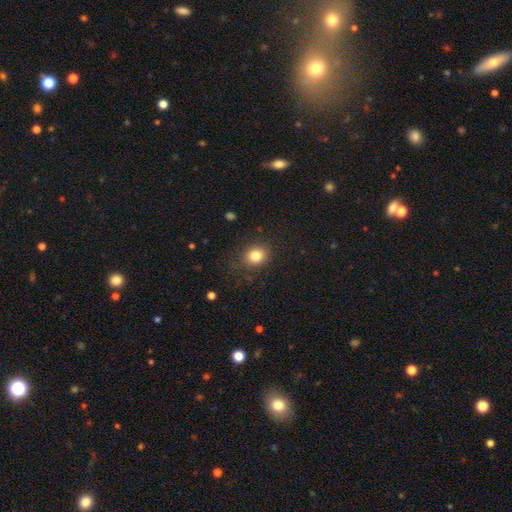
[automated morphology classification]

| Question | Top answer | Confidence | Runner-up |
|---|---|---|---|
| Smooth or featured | smooth | 82% | star or artifact (11%) |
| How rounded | round | 64% | in between (35%) |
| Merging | none | 83% | minor disturbance (12%) |